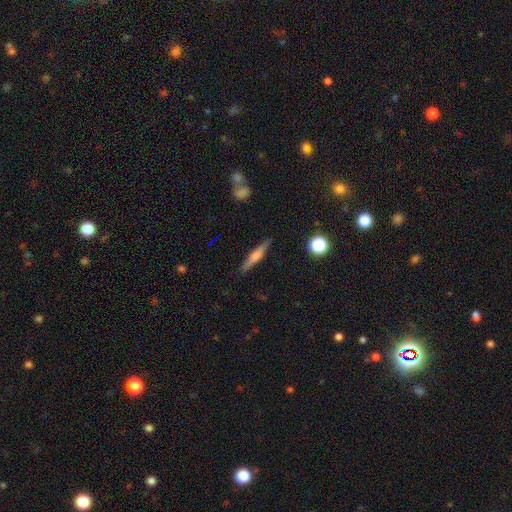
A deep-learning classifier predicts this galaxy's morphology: A featured or disk galaxy (51%) viewed edge-on (96%).

Vote fractions:
- Smooth or featured? featured or disk: 51% / smooth: 41% / star or artifact: 7%
- Edge-on disk? yes: 96% / no: 4%
- Merging? none: 88% / minor disturbance: 8% / major disturbance: 2% / merger: 2%